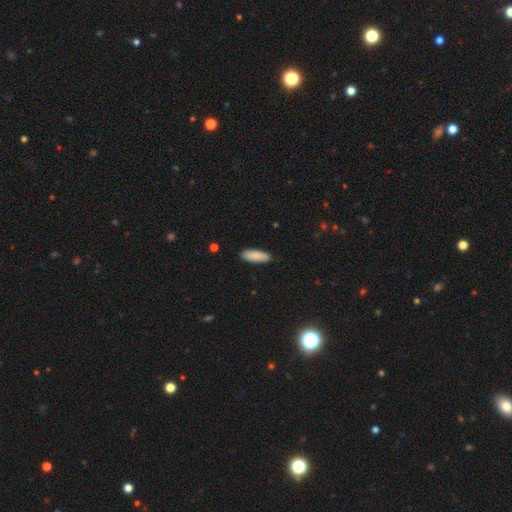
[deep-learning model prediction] smooth_or_featured: smooth (p=0.87) [alt: featured or disk p=0.07]
how_rounded: in between (p=0.58) [alt: cigar-shaped p=0.40]
merging: none (p=0.87) [alt: minor disturbance p=0.10]